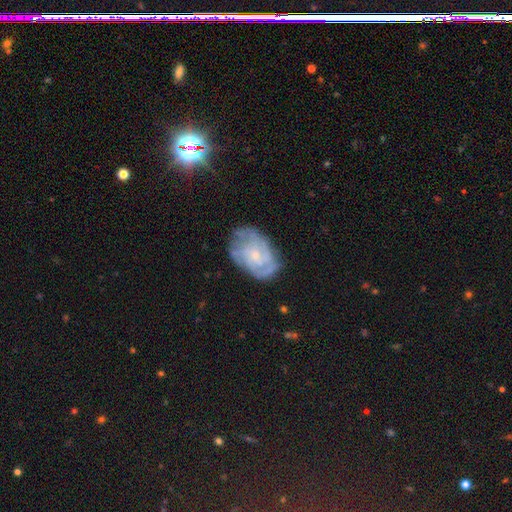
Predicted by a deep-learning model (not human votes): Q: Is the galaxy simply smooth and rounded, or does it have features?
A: featured or disk — 76%.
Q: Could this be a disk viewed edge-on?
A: no — 97%.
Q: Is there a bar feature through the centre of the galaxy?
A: no — 73%.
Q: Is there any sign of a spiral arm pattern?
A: yes — 88%.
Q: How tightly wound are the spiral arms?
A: tight — 57%.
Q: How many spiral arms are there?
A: can't tell — 42%.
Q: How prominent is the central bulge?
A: small — 73%.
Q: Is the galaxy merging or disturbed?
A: none — 66%.